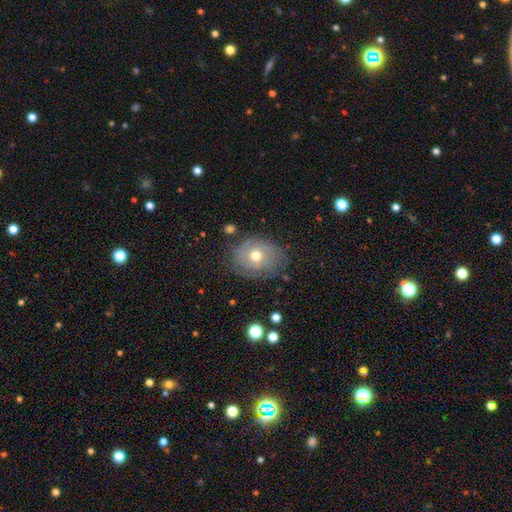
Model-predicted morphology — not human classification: The model was most divided on "smooth or featured": featured or disk: 51%, smooth: 41%, star or artifact: 9%. More confident: edge-on disk — no (95%); merging — none (67%).